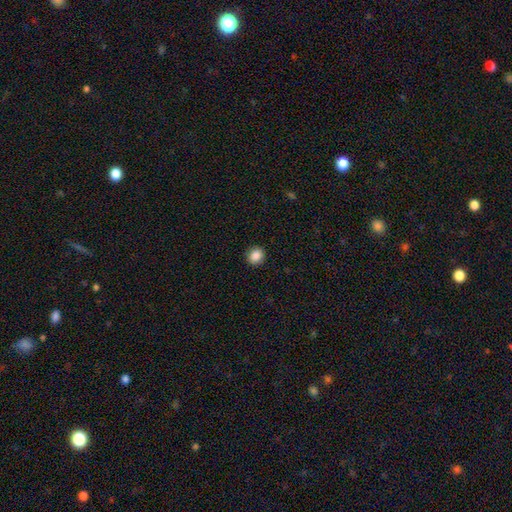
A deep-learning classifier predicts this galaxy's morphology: Smooth or featured? smooth (87%)
How rounded? round (83%)
Merging? none (91%)